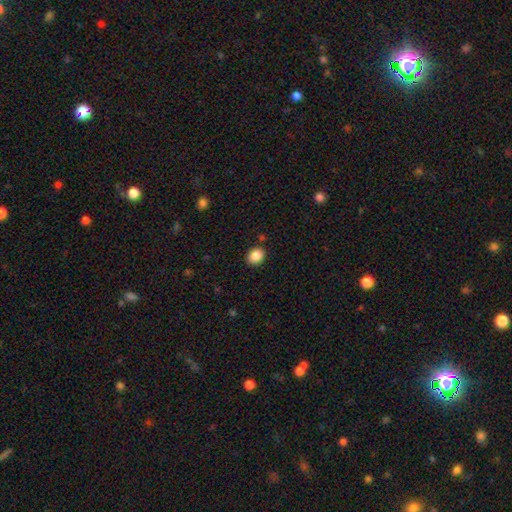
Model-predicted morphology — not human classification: smooth-or-featured: smooth: 87% | star or artifact: 9% | featured or disk: 4%
  how-rounded: round: 51% | in between: 49% | cigar-shaped: 1%
  merging: none: 87% | minor disturbance: 8% | major disturbance: 2% | merger: 2%